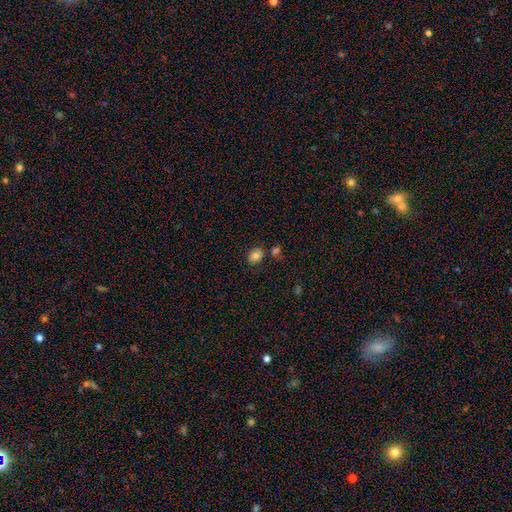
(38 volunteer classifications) Q: Smooth or featured?
A: smooth (89%); runner-up: featured or disk (5%)
Q: How rounded?
A: round (68%); runner-up: in between (32%)
Q: Merging?
A: none (78%); runner-up: minor disturbance (11%)